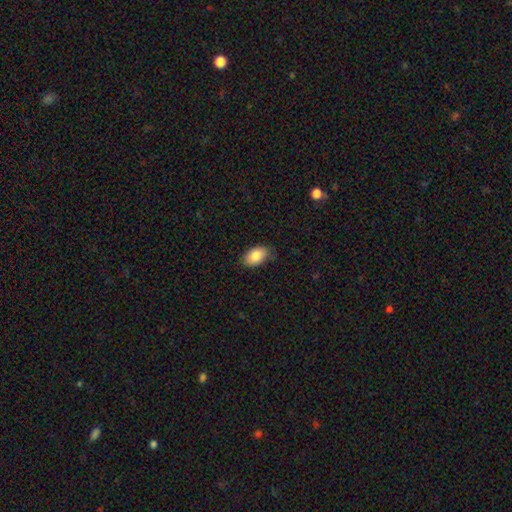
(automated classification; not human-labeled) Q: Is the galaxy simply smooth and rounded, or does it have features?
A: smooth — 85%.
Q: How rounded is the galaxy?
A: in between — 91%.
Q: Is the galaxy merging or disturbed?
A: none — 80%.